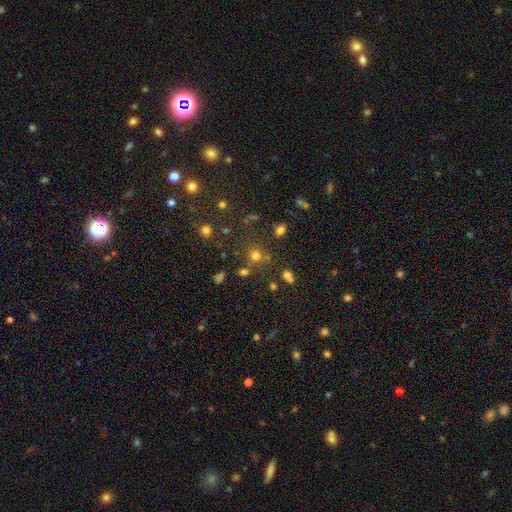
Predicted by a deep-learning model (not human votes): This is likely a smooth galaxy (65%). How rounded: clearly round (87%). Merging: likely none (71%).